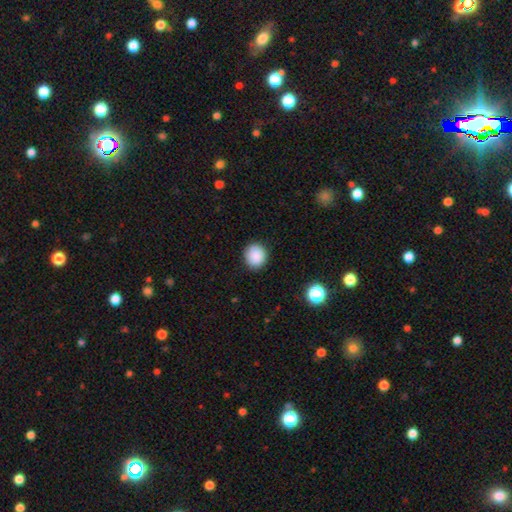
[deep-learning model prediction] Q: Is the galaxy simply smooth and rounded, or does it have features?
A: smooth — 88%.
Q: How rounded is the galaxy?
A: round — 79%.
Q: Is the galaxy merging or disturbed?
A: none — 88%.